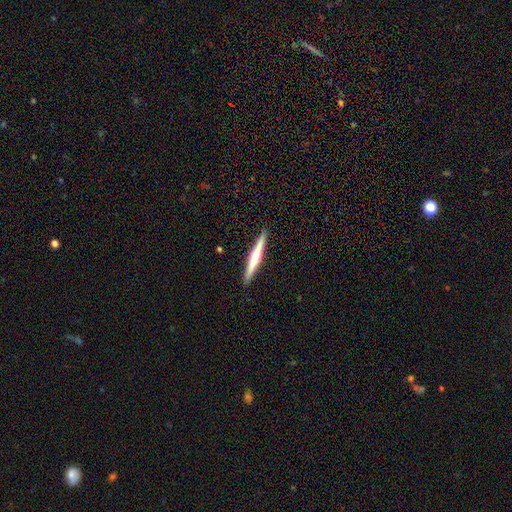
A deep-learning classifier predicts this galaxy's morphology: Smooth or featured: featured or disk — 64% (smooth — 31%)
Edge-on disk: yes — 98% (no — 2%)
Edge-on bulge: rounded — 79% (none — 14%)
Merging: none — 92% (minor disturbance — 5%)